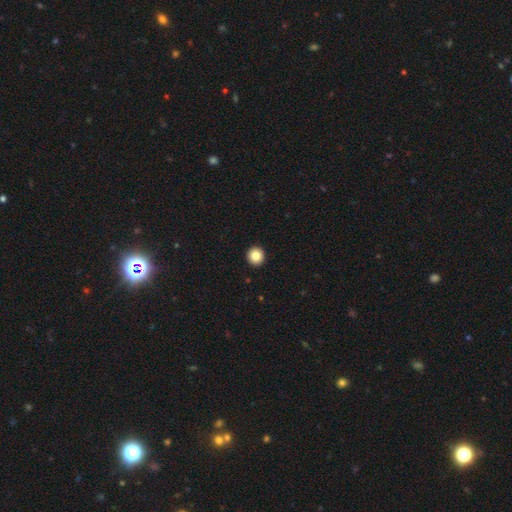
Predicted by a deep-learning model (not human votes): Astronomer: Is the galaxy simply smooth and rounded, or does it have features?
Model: smooth — 86%.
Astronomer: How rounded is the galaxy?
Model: round — 92%.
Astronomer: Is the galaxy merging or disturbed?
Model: none — 94%.